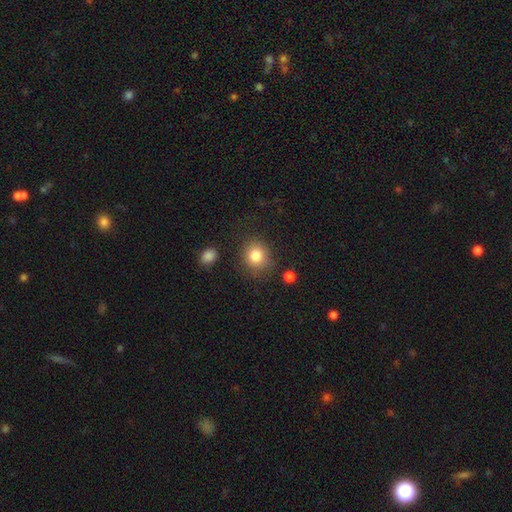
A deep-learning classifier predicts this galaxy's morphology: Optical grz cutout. It shows a smooth galaxy with no disk features (84%) that is round (80%). Merging: none (80%).